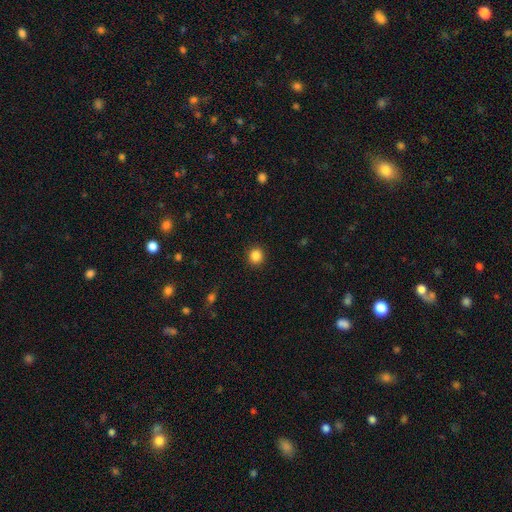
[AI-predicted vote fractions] smooth 86%, star or artifact 11%, featured or disk 3%. Down the decision tree: how rounded — round (91%); merging — none (92%).